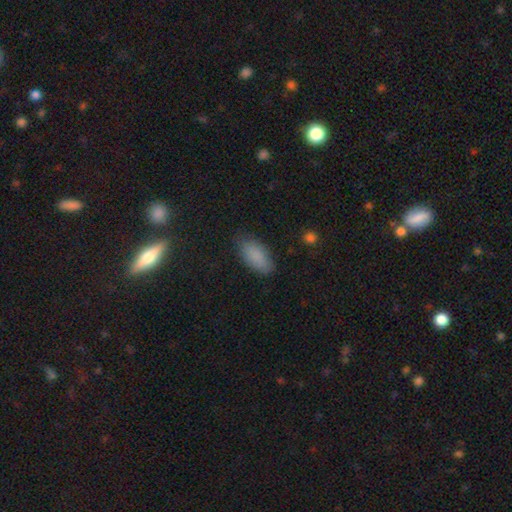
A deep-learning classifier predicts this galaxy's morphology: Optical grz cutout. It shows a smooth galaxy with no disk features (87%) that is in between round and cigar-shaped (90%). Merging: none (82%).